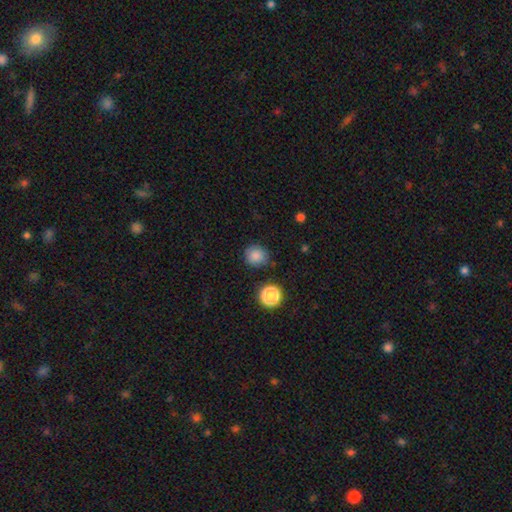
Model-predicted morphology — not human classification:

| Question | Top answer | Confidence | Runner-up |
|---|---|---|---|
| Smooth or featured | smooth | 85% | star or artifact (11%) |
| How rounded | round | 87% | in between (12%) |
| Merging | none | 83% | minor disturbance (11%) |